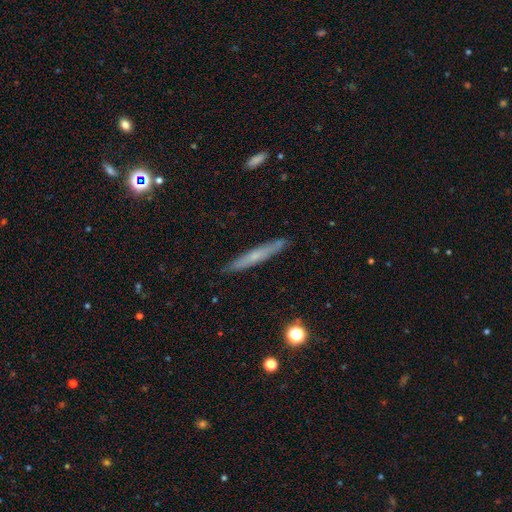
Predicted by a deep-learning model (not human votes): Smooth or featured? Predicted: featured or disk (p=0.48). Merging? Predicted: none (p=0.89).